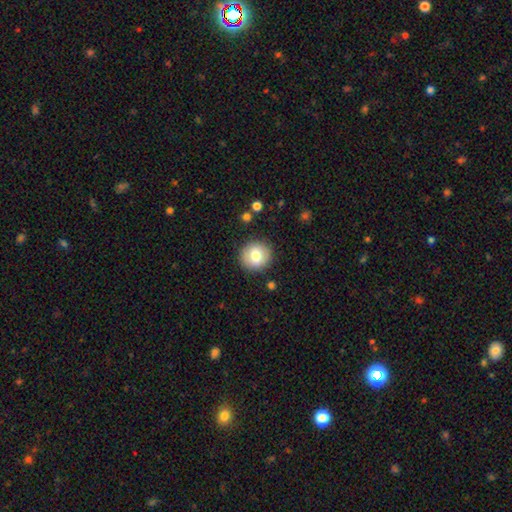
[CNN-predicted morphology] This is likely a smooth galaxy (75%). How rounded: clearly round (89%). Merging: clearly none (88%).